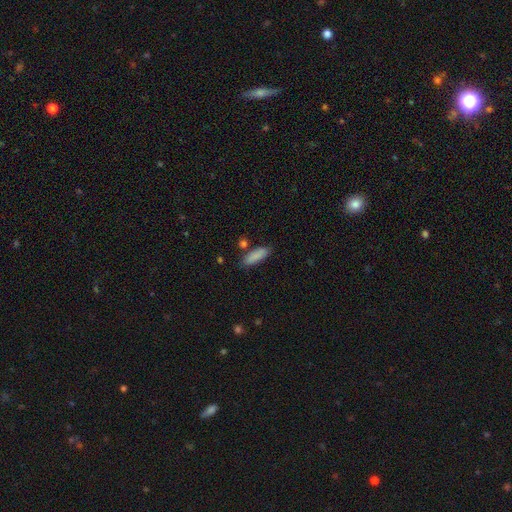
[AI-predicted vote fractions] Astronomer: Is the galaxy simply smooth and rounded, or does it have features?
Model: smooth — 87%.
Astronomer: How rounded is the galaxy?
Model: in between — 52% (runner-up: cigar-shaped, 46%).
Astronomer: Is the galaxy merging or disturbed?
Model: none — 80%.